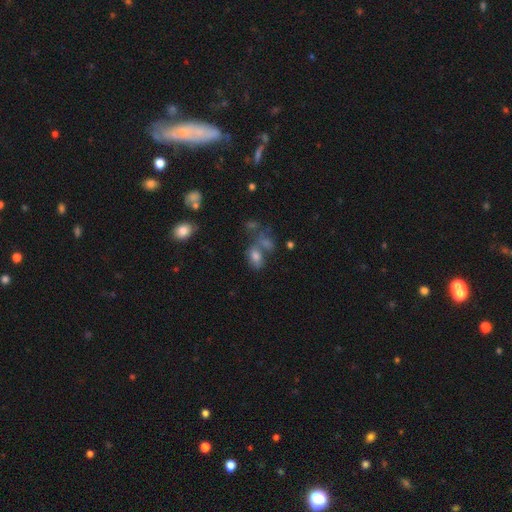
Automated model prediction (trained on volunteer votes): Smooth or featured? smooth (68%)
How rounded? in between (83%)
Merging? none (44%)